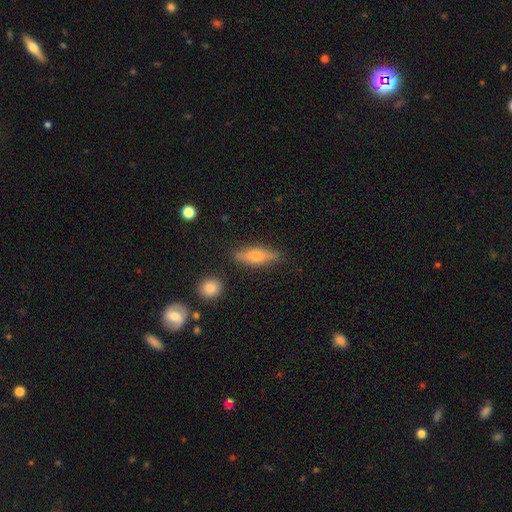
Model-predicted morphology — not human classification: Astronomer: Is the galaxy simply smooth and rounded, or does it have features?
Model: featured or disk — 48% (runner-up: smooth, 44%).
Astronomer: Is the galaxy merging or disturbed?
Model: none — 83%.